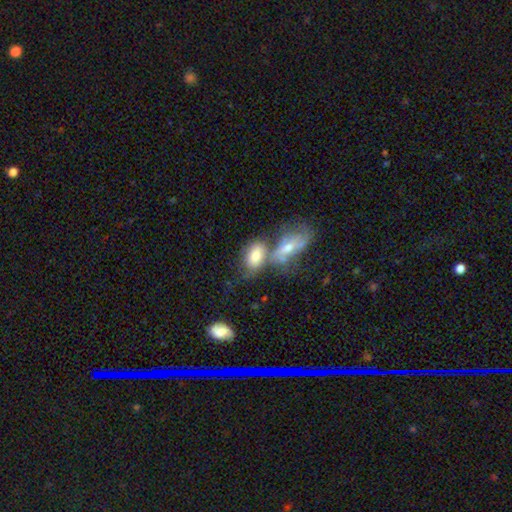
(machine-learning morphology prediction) smooth-or-featured: smooth: 72% | featured or disk: 20% | star or artifact: 8%
  how-rounded: in between: 88% | round: 9% | cigar-shaped: 3%
  merging: merger: 52% | none: 29% | minor disturbance: 12% | major disturbance: 7%